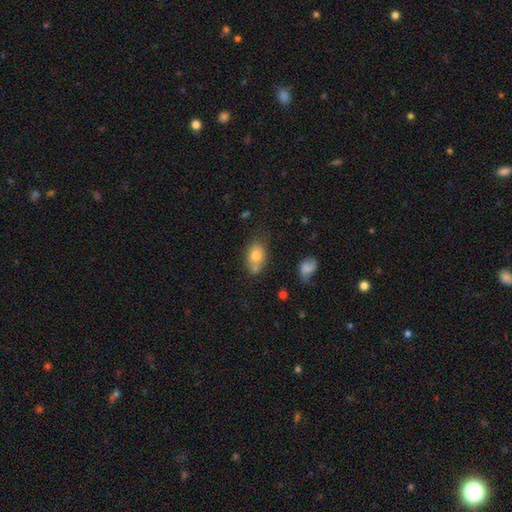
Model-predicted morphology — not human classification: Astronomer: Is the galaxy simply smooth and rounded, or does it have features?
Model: smooth — 77%.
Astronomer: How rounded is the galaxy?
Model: in between — 78%.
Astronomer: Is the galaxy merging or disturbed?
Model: none — 53%.